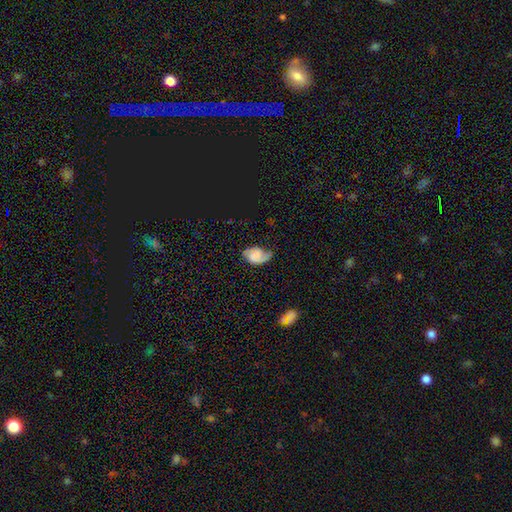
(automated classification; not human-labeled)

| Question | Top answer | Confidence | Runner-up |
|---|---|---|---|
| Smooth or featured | featured or disk | 53% | smooth (37%) |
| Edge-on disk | no | 97% | yes (3%) |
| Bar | no | 65% | weak (28%) |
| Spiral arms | yes | 90% | no (10%) |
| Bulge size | none | 50% | small (16%) |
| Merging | none | 49% | minor disturbance (32%) |